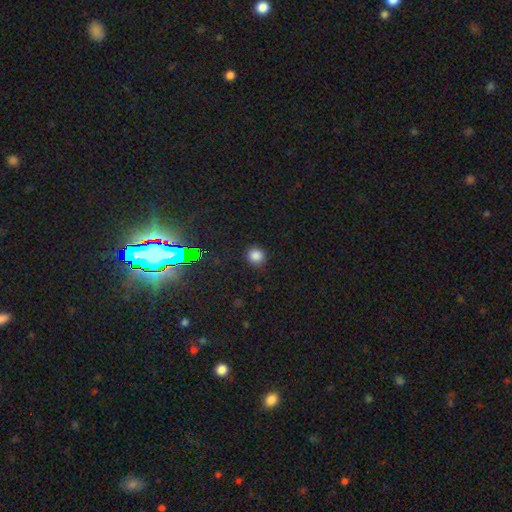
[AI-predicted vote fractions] Q: Smooth or featured?
A: smooth (82%); runner-up: star or artifact (15%)
Q: How rounded?
A: round (90%); runner-up: in between (9%)
Q: Merging?
A: none (90%); runner-up: minor disturbance (7%)